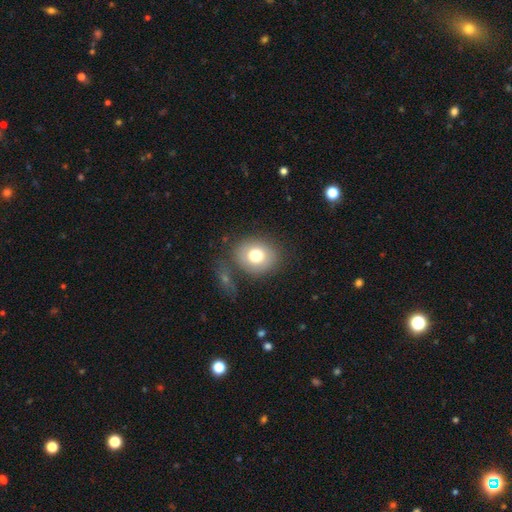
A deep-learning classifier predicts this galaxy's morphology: This is likely a smooth galaxy (75%). How rounded: likely round (69%). Merging: likely none (71%).